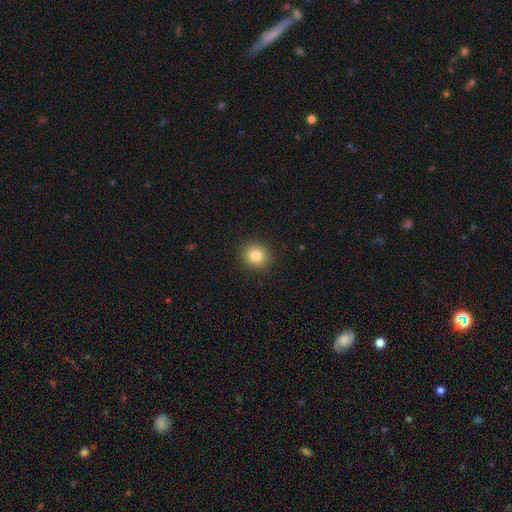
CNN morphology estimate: Smooth or featured: smooth — 83% (star or artifact — 11%)
How rounded: round — 83% (in between — 16%)
Merging: none — 91% (minor disturbance — 6%)